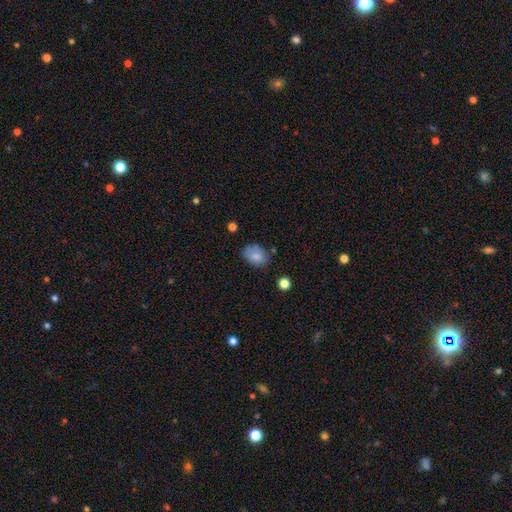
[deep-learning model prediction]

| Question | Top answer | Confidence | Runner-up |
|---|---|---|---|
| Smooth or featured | smooth | 80% | featured or disk (12%) |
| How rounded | in between | 77% | round (22%) |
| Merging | none | 65% | minor disturbance (25%) |